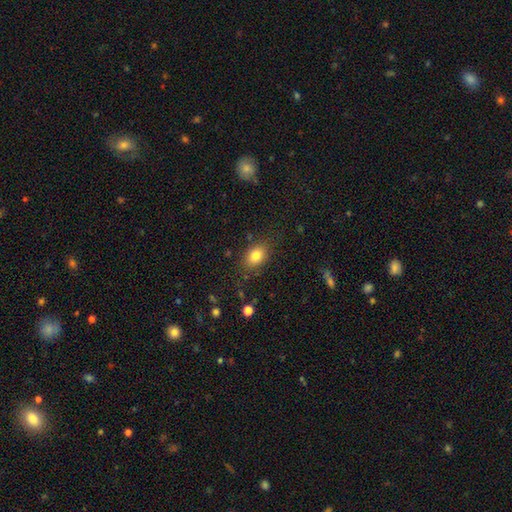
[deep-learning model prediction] Overall: smooth (82%). How rounded: in between (74%). Merging: none (81%).